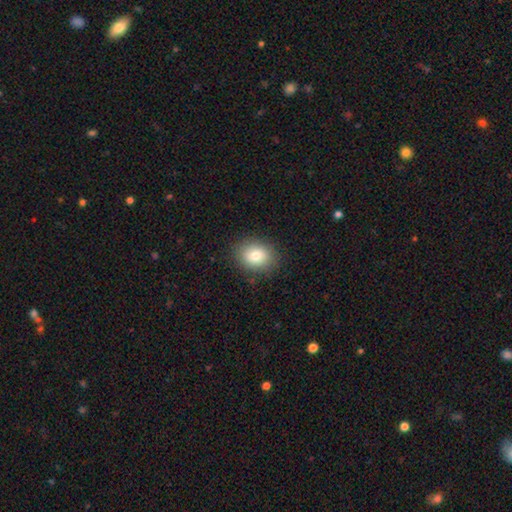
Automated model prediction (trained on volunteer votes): Overall: smooth (81%). How rounded: in between (52%; round 48%). Merging: none (87%).